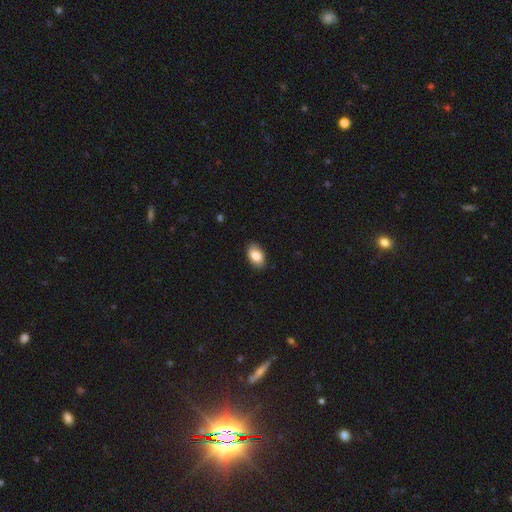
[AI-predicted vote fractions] smooth_or_featured: smooth (p=0.85) [alt: featured or disk p=0.08]
how_rounded: in between (p=0.92) [alt: round p=0.06]
merging: none (p=0.86) [alt: minor disturbance p=0.11]